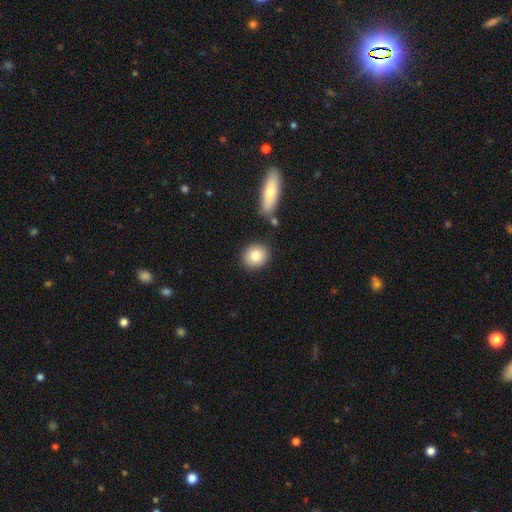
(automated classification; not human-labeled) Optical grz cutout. It shows a smooth galaxy with no disk features (81%) that is round (78%). Merging: none (83%).